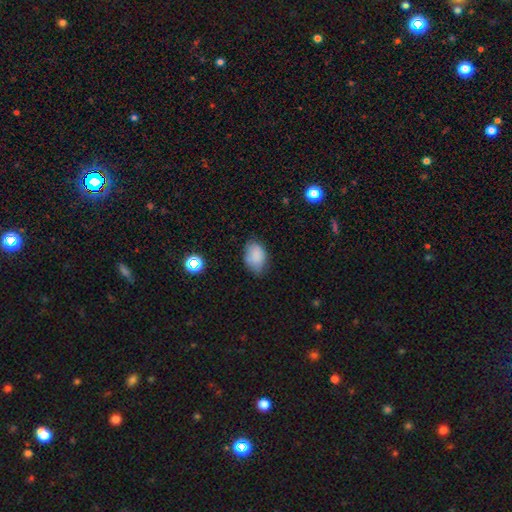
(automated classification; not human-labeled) Overall: smooth (84%). How rounded: in between (83%). Merging: none (69%).